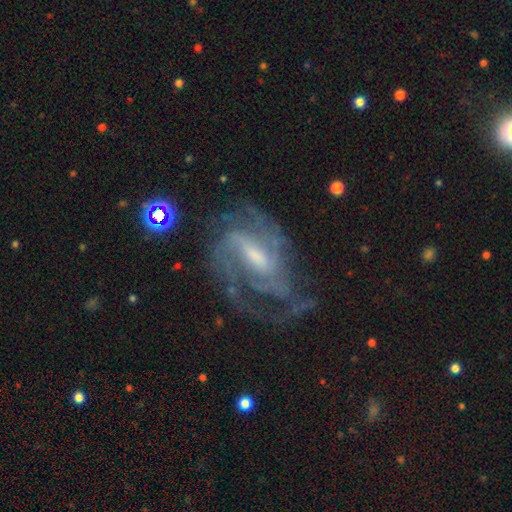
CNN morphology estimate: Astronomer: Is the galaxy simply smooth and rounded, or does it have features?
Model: featured or disk — 88%.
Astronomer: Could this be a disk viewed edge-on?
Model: no — 96%.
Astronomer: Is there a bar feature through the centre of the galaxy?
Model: weak — 46% (runner-up: strong, 38%).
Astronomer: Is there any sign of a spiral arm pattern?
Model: yes — 95%.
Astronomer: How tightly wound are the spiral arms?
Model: medium — 47% (runner-up: tight, 40%).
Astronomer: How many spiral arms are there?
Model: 2 — 43% (runner-up: 3, 22%).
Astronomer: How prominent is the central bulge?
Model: moderate — 40%, tied with small at 40%.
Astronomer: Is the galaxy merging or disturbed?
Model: none — 59%.